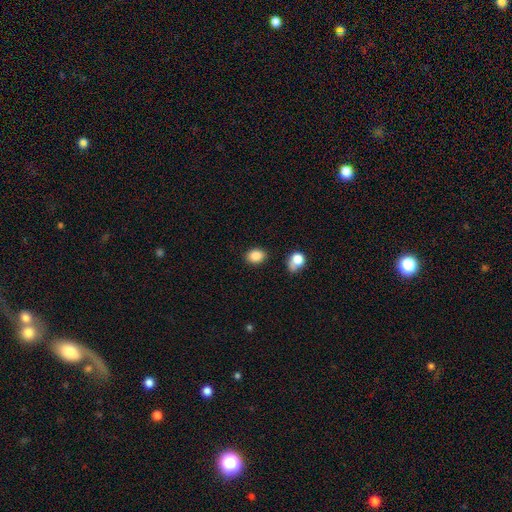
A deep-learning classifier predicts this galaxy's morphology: This appears to be a smooth galaxy with no disk features (85%) that is in between round and cigar-shaped (54%). Merging: none (83%).